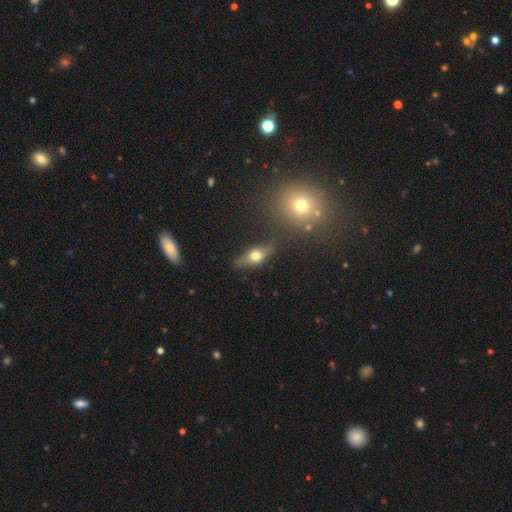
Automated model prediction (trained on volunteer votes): This appears to be a smooth galaxy with no disk features (55%) that is in between round and cigar-shaped (63%). Merging: none (70%).